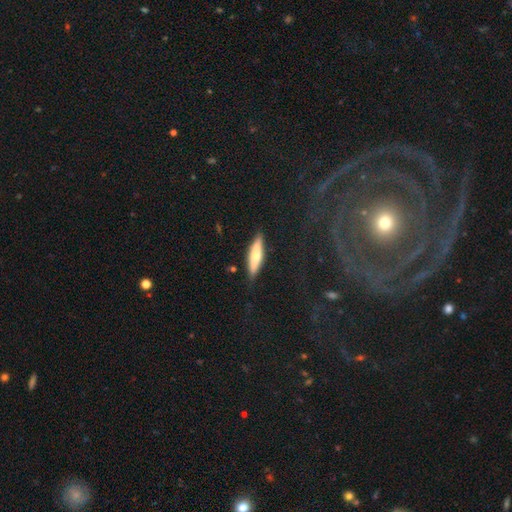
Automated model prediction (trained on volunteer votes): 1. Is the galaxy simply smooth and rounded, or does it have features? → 59% smooth, 35% featured or disk, 6% star or artifact.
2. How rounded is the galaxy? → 73% cigar-shaped, 25% in between, 2% round.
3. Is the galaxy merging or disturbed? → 84% none, 12% minor disturbance, 2% major disturbance, 1% merger.